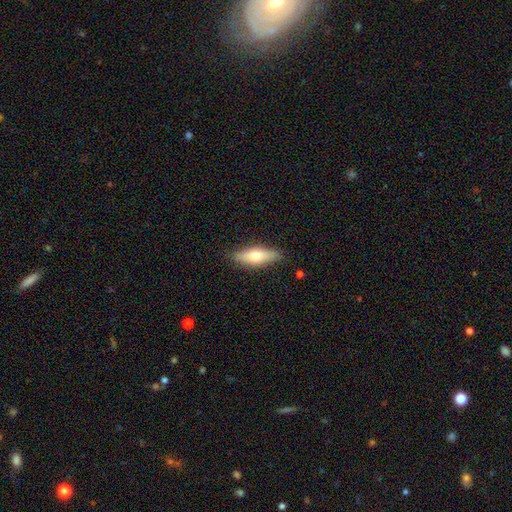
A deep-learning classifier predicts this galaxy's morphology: This is possibly a smooth galaxy (59%). How rounded: possibly cigar-shaped (53%). Merging: clearly none (86%).